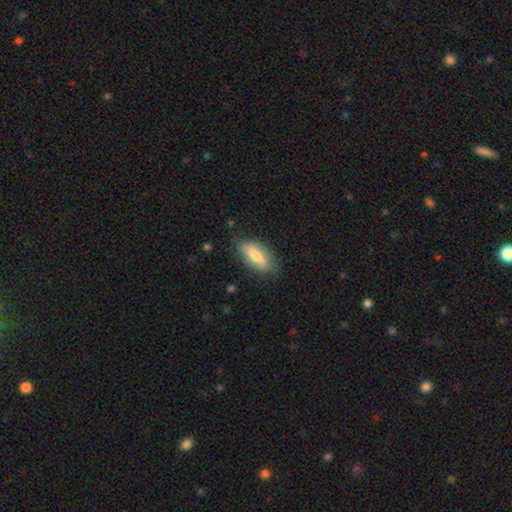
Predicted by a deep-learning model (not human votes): Smooth or featured: smooth — 66% (featured or disk — 28%)
How rounded: in between — 82% (cigar-shaped — 16%)
Merging: none — 77% (minor disturbance — 18%)